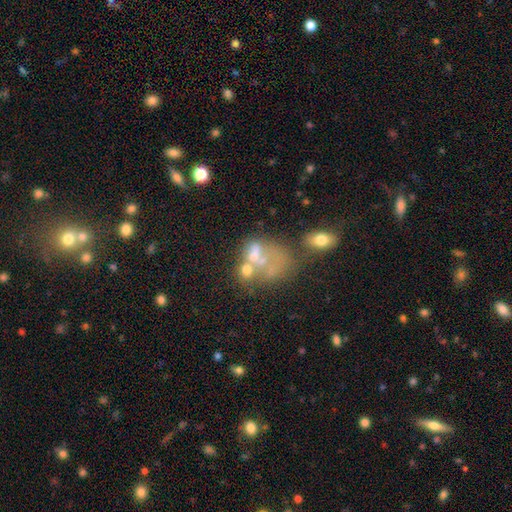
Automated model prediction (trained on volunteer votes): The model was most divided on "smooth or featured": featured or disk: 43%, smooth: 37%, star or artifact: 20%. Remaining: merging — merger (43%).